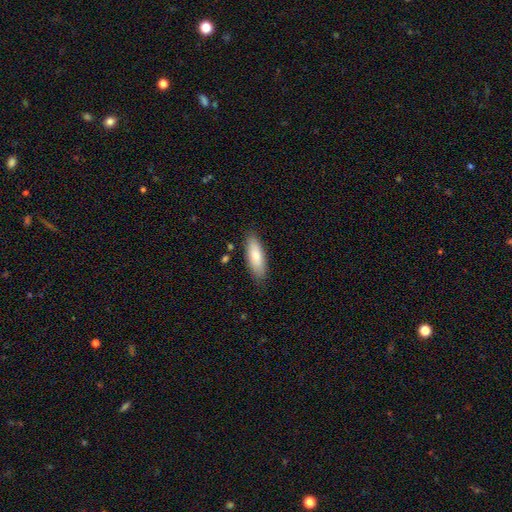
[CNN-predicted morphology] This appears to be a smooth galaxy with no disk features (77%) that is in between round and cigar-shaped (62%). Merging: none (85%).